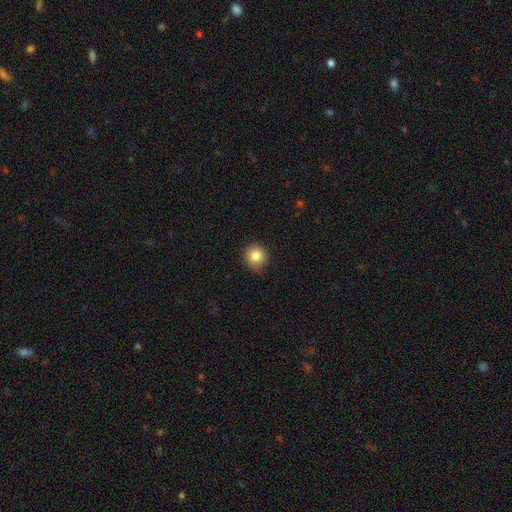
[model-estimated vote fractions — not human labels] Smooth or featured: smooth — 84% (star or artifact — 10%)
How rounded: round — 92% (in between — 7%)
Merging: none — 85% (minor disturbance — 11%)